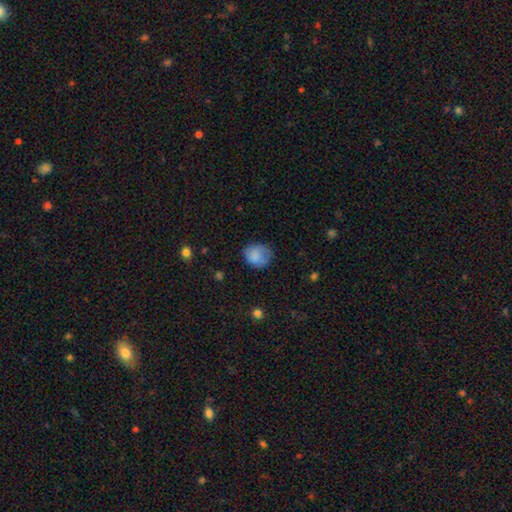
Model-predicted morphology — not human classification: smooth 81%, featured or disk 10%, star or artifact 8%. Down the decision tree: how rounded — round (71%); merging — none (63%).